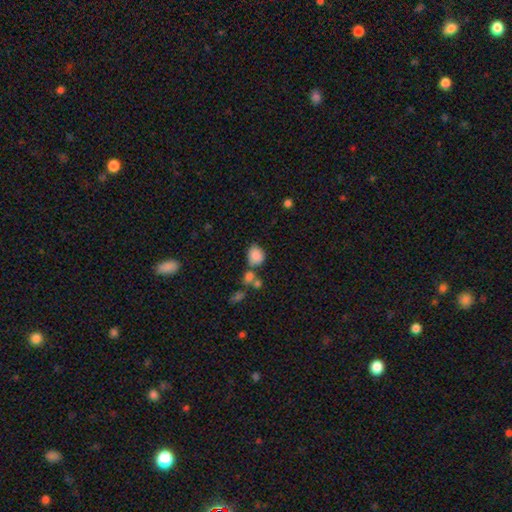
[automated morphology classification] Overall: smooth (85%). How rounded: round (50%; in between 49%). Merging: none (54%; merger 25%).